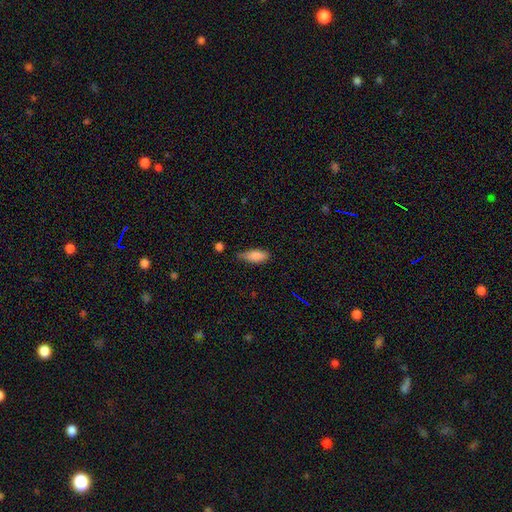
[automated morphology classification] smooth-or-featured: smooth: 84% | featured or disk: 9% | star or artifact: 7%
  how-rounded: in between: 78% | cigar-shaped: 20% | round: 2%
  merging: none: 57% | minor disturbance: 34% | major disturbance: 6% | merger: 3%